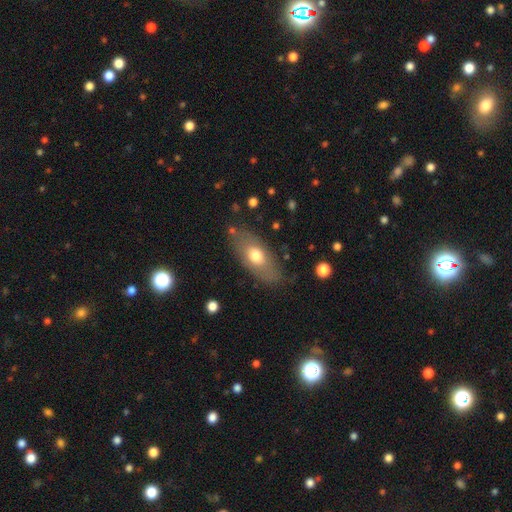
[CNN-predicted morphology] A smooth galaxy with no disk features (64%) that is in between round and cigar-shaped (83%). Merging: none (77%).